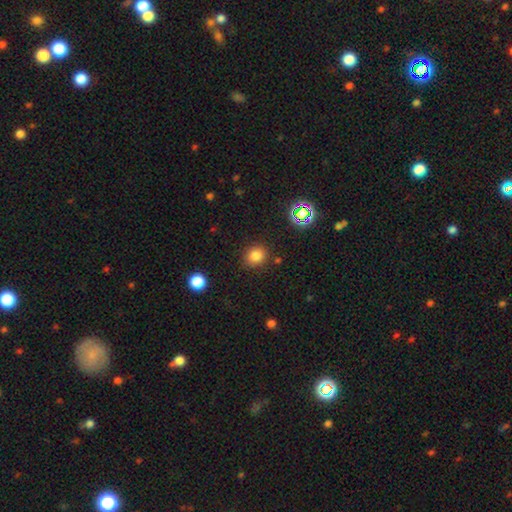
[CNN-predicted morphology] This appears to be a smooth galaxy with no disk features (80%) that is round (73%). Merging: none (85%).